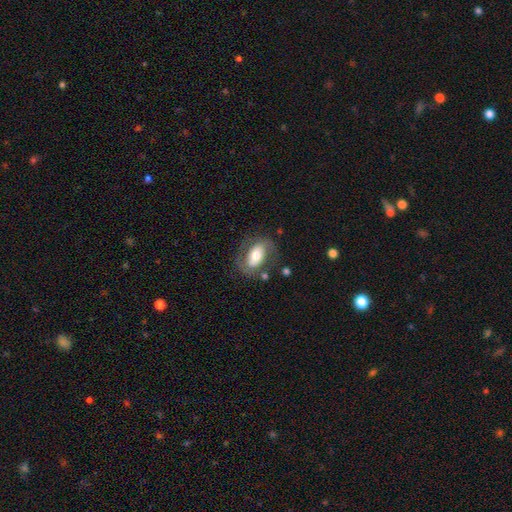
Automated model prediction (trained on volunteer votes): Morphology: type=featured or disk (49%); merging=none (67%).